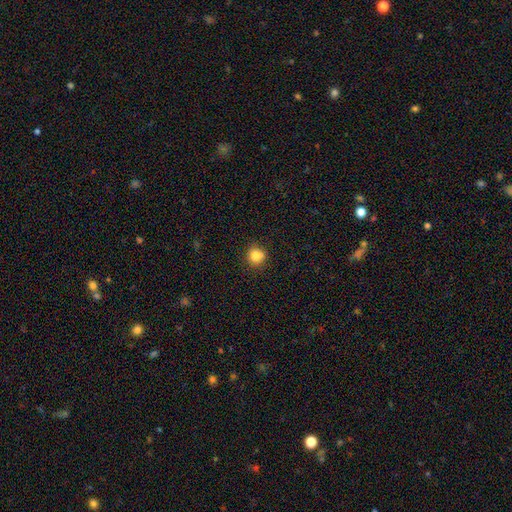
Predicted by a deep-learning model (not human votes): smooth_or_featured: smooth (p=0.82) [alt: star or artifact p=0.11]
how_rounded: round (p=0.88) [alt: in between p=0.11]
merging: none (p=0.74) [alt: minor disturbance p=0.14]